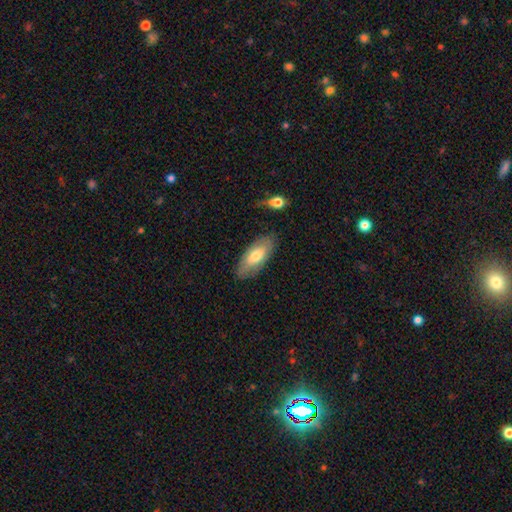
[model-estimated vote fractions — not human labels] Q: Smooth or featured?
A: smooth (66%); runner-up: featured or disk (28%)
Q: How rounded?
A: in between (85%); runner-up: cigar-shaped (13%)
Q: Merging?
A: none (80%); runner-up: minor disturbance (15%)